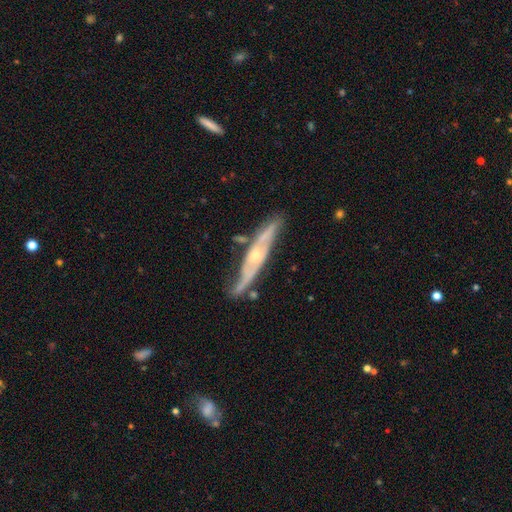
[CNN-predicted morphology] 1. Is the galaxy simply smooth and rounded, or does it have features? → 76% featured or disk, 18% smooth, 5% star or artifact.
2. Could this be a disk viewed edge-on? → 52% yes, 48% no.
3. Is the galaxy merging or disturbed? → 62% none, 23% minor disturbance, 7% major disturbance, 7% merger.